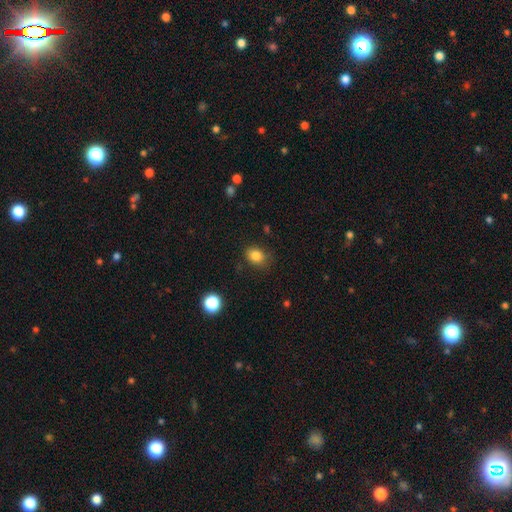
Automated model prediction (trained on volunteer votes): A smooth galaxy with no disk features (83%) that is in between round and cigar-shaped (57%).

Vote fractions:
- Smooth or featured? smooth: 83% / star or artifact: 11% / featured or disk: 6%
- How rounded? in between: 57% / round: 42% / cigar-shaped: 1%
- Merging? none: 77% / minor disturbance: 17% / major disturbance: 4% / merger: 2%